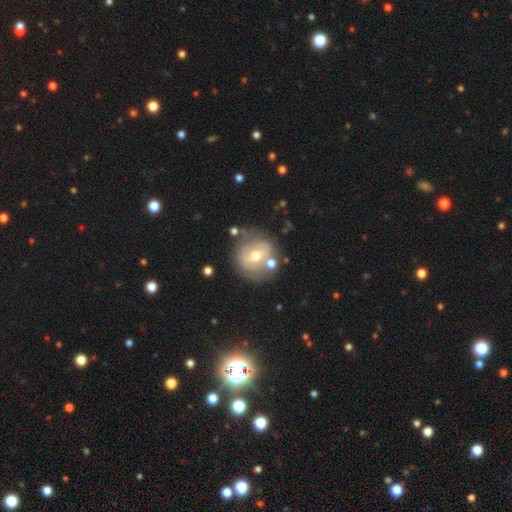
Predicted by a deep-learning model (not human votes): Q: Smooth or featured?
A: featured or disk (56%); runner-up: smooth (36%)
Q: Edge-on disk?
A: no (95%); runner-up: yes (5%)
Q: Bar?
A: weak (43%); runner-up: no (33%)
Q: Spiral arms?
A: no (62%); runner-up: yes (38%)
Q: Bulge size?
A: moderate (71%); runner-up: small (21%)
Q: Merging?
A: none (68%); runner-up: minor disturbance (16%)